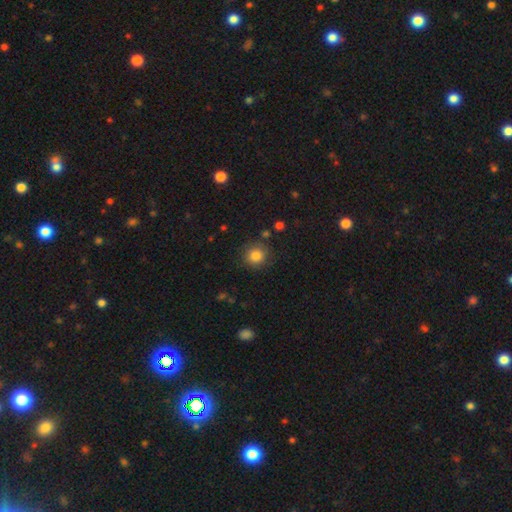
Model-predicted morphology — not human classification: A smooth galaxy with no disk features (83%) that is round (90%). Merging: none (85%).